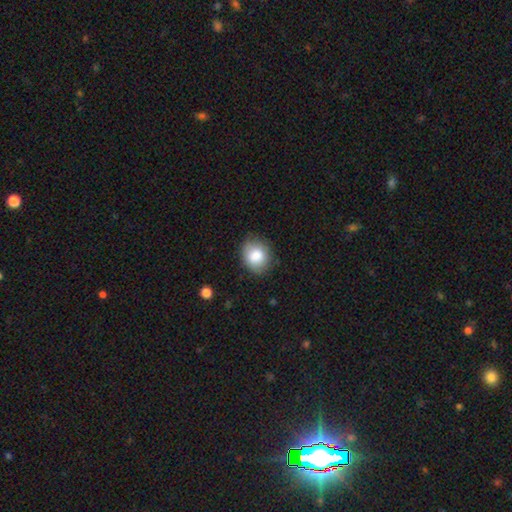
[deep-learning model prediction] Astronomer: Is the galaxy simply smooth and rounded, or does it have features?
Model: smooth — 83%.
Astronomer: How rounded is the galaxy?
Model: round — 62%.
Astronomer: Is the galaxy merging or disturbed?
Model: none — 80%.